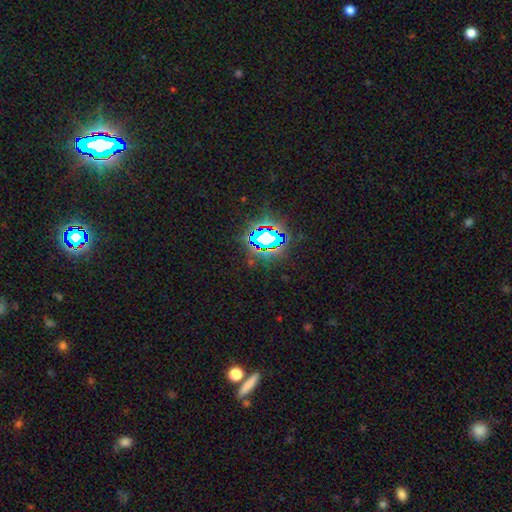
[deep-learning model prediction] Smooth or featured?
  - star or artifact: 79% *
  - smooth: 13%
  - featured or disk: 8%